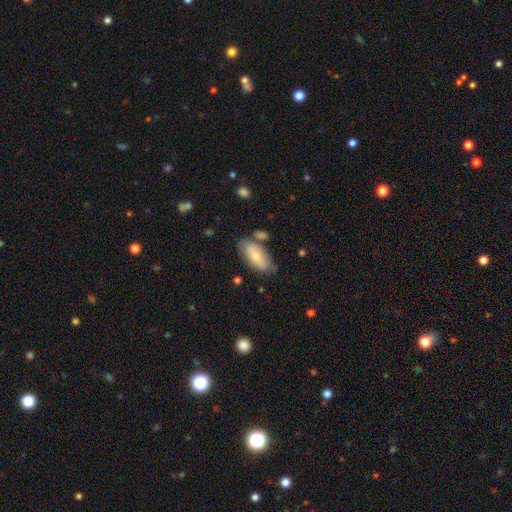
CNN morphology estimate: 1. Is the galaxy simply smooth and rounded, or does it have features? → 71% smooth, 24% featured or disk, 6% star or artifact.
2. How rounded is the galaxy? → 88% in between, 9% cigar-shaped, 3% round.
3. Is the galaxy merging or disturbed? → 63% none, 22% minor disturbance, 10% merger, 6% major disturbance.